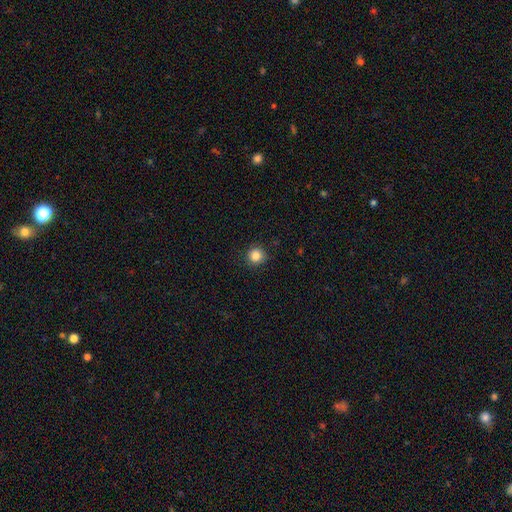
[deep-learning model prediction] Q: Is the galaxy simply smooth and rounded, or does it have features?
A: smooth — 85%.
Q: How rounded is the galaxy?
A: round — 94%.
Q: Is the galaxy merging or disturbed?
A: none — 90%.